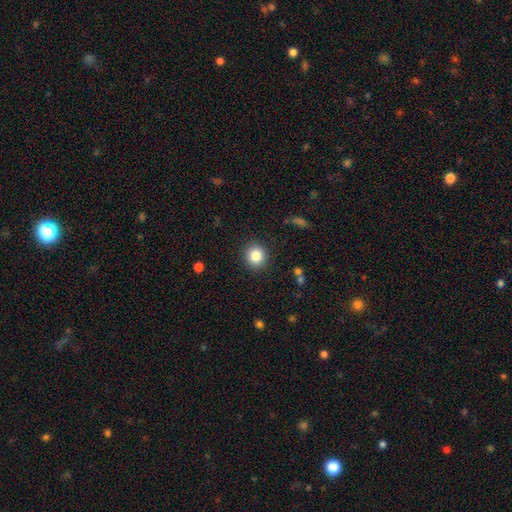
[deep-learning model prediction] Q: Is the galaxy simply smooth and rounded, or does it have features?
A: smooth — 83%.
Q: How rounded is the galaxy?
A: round — 88%.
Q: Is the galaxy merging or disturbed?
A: none — 88%.